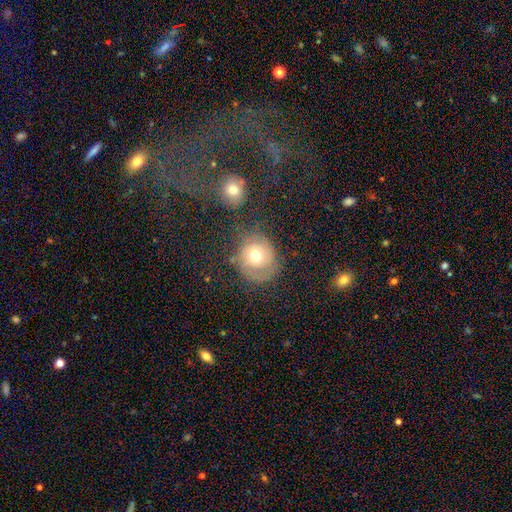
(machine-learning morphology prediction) smooth_or_featured: smooth (p=0.60) [alt: featured or disk p=0.30]
how_rounded: round (p=0.81) [alt: in between p=0.18]
merging: none (p=0.58) [alt: minor disturbance p=0.20]